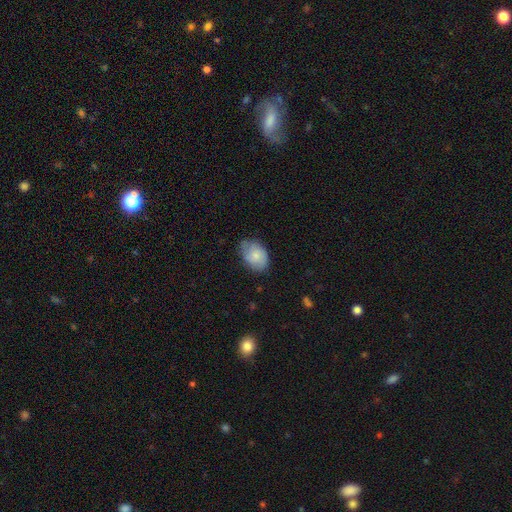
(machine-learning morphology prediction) smooth-or-featured: smooth: 78% | featured or disk: 15% | star or artifact: 7%
  how-rounded: in between: 82% | round: 17% | cigar-shaped: 1%
  merging: none: 65% | minor disturbance: 28% | major disturbance: 6% | merger: 1%